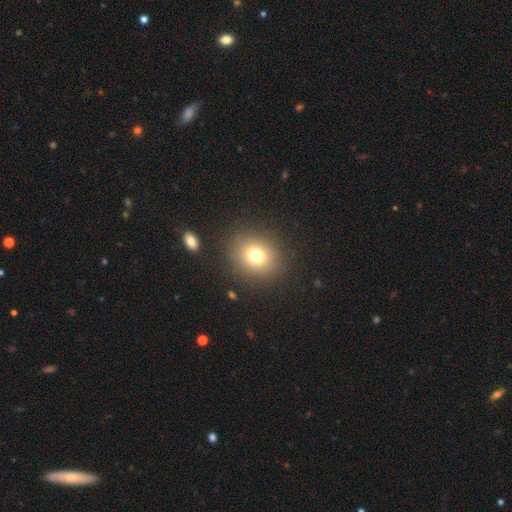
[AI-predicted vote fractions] Morphology: type=smooth (75%); roundness=round (70%); merging=none (86%).